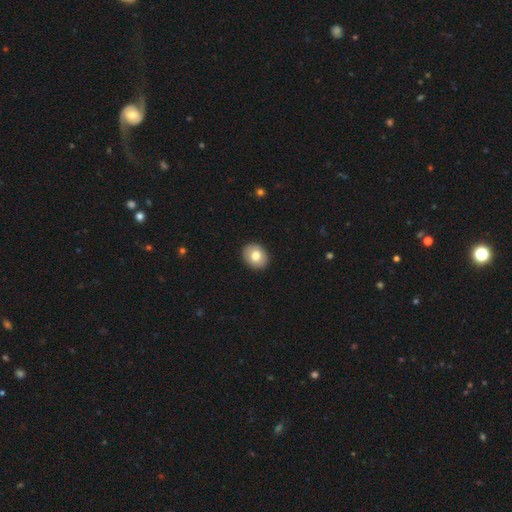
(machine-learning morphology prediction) smooth-or-featured: smooth: 78% | featured or disk: 15% | star or artifact: 7%
  how-rounded: round: 55% | in between: 44% | cigar-shaped: 1%
  merging: none: 92% | minor disturbance: 6% | major disturbance: 1% | merger: 1%